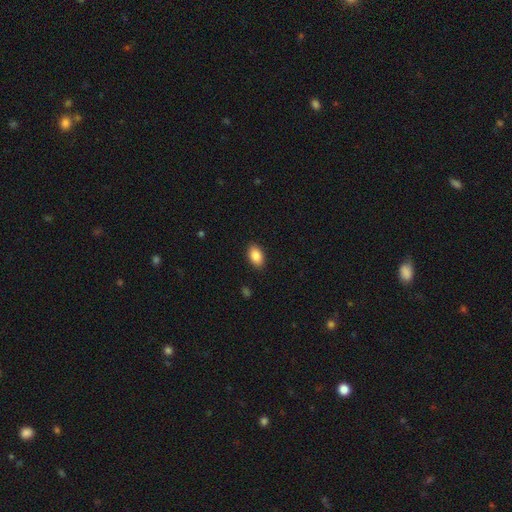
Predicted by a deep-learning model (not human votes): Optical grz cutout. It shows a smooth galaxy with no disk features (88%) that is in between round and cigar-shaped (91%). Merging: none (89%).